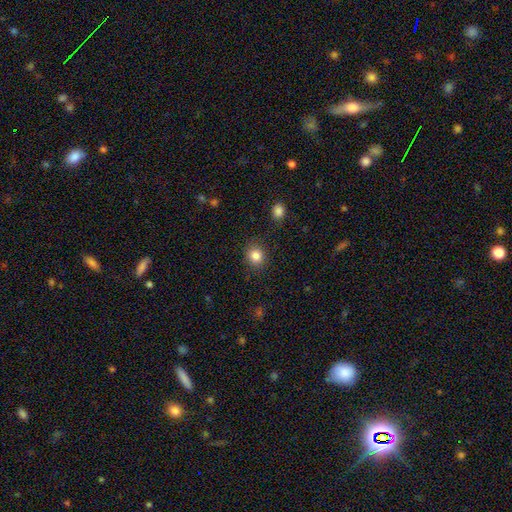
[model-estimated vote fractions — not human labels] smooth-or-featured: smooth: 84% | star or artifact: 11% | featured or disk: 5%
  how-rounded: round: 79% | in between: 20% | cigar-shaped: 1%
  merging: none: 87% | minor disturbance: 9% | major disturbance: 3% | merger: 2%